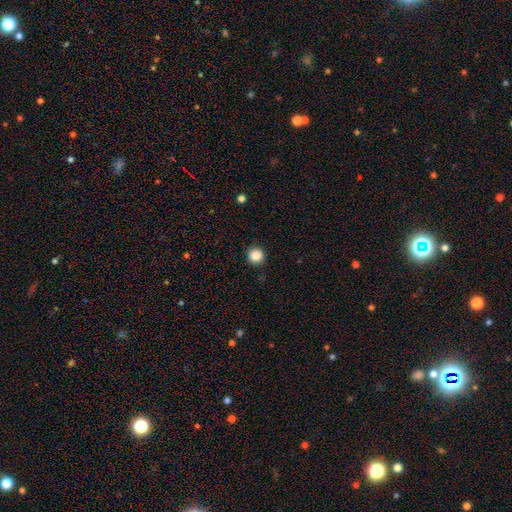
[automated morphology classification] Smooth or featured: smooth — 86% (star or artifact — 10%)
How rounded: round — 95% (in between — 4%)
Merging: none — 92% (minor disturbance — 5%)